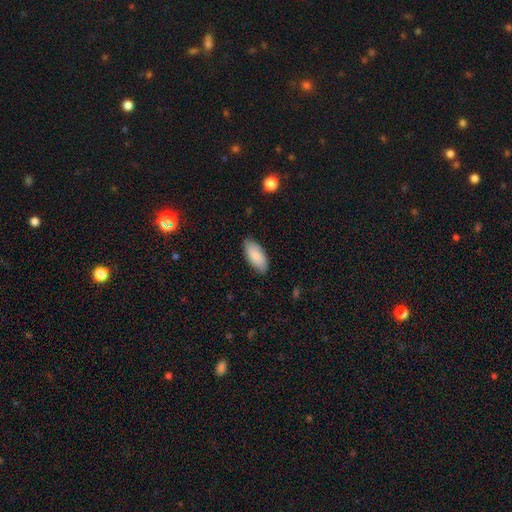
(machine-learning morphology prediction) Smooth or featured: smooth — 85% (featured or disk — 9%)
How rounded: in between — 91% (cigar-shaped — 7%)
Merging: none — 83% (minor disturbance — 14%)